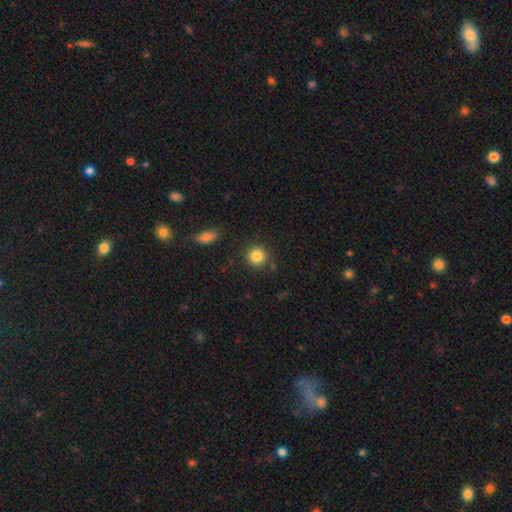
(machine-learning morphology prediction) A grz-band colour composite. It shows a smooth galaxy with no disk features (86%) that is round (91%). Merging: none (84%).